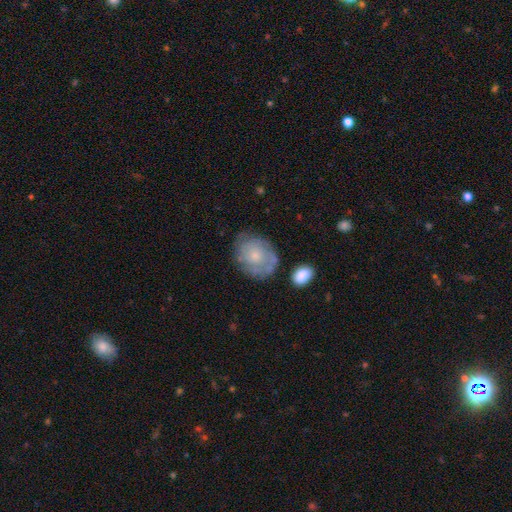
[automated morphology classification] This appears to be a smooth galaxy with no disk features (49%). Merging: none (61%).